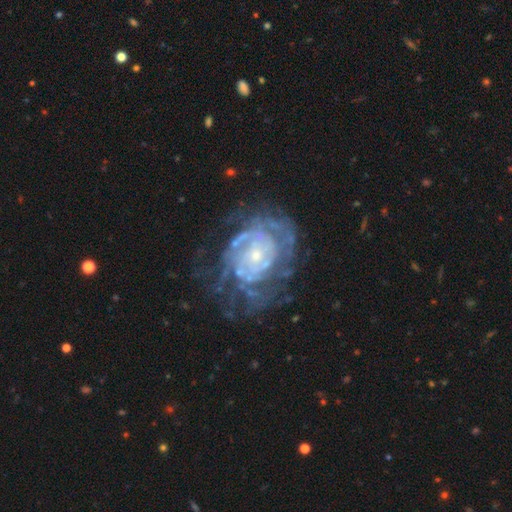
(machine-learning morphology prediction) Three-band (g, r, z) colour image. It shows a featured or disk galaxy (84%) with no bar (79%), tight (70%) spiral arms (83%) and a small central bulge (73%). Merging: none (58%).